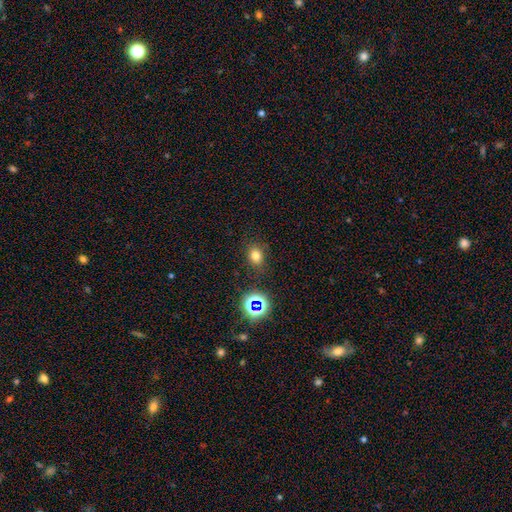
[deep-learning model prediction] Q: Smooth or featured?
A: smooth (72%); runner-up: star or artifact (20%)
Q: How rounded?
A: in between (50%); runner-up: round (49%)
Q: Merging?
A: none (82%); runner-up: minor disturbance (11%)